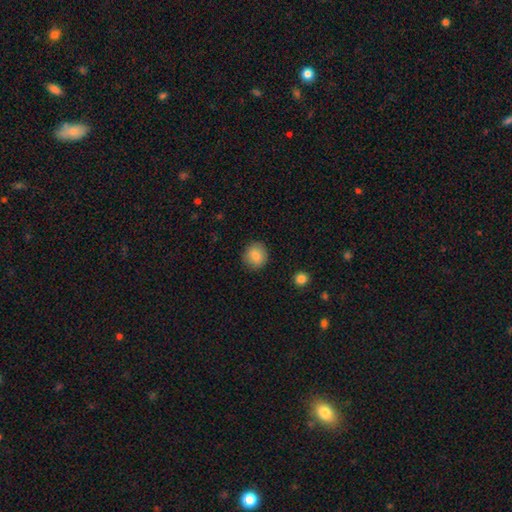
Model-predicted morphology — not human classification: Smooth or featured? smooth (83%)
How rounded? round (87%)
Merging? none (89%)